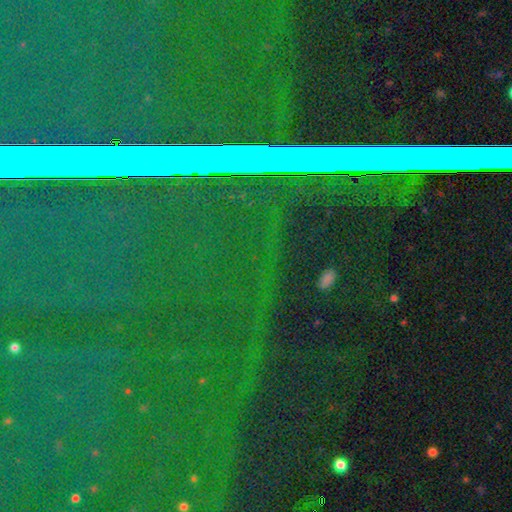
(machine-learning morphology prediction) Smooth or featured?
  - star or artifact: 83% *
  - smooth: 8%
  - featured or disk: 8%